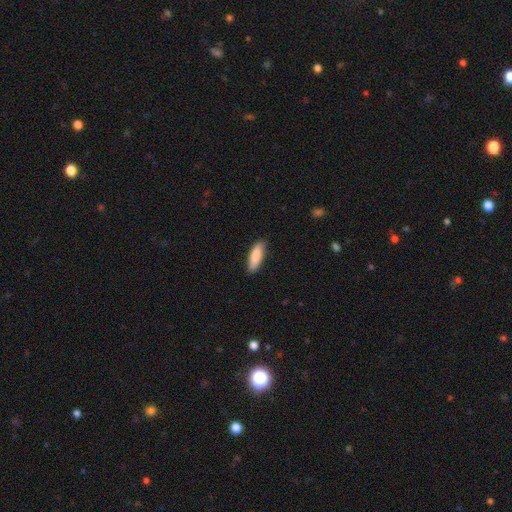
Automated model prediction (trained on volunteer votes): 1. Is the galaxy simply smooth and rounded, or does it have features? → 87% smooth, 8% featured or disk, 6% star or artifact.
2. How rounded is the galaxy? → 53% in between, 46% cigar-shaped, 2% round.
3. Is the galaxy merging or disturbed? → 85% none, 12% minor disturbance, 2% major disturbance, 1% merger.